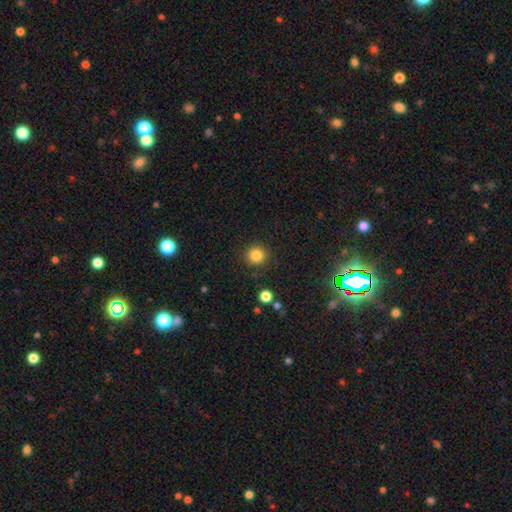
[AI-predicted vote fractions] Overall: smooth (84%). How rounded: round (94%). Merging: none (89%).